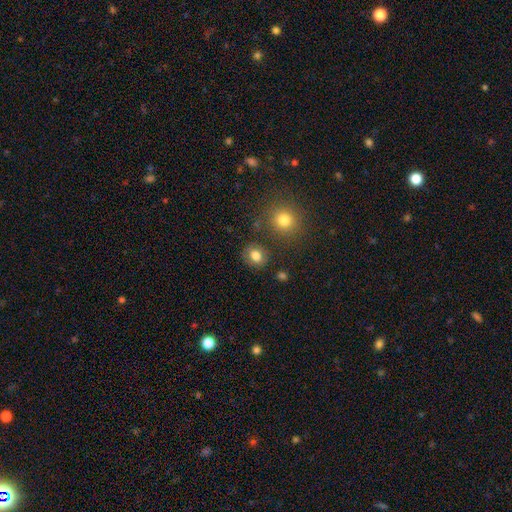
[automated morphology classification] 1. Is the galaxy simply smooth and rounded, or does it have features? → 81% smooth, 11% star or artifact, 8% featured or disk.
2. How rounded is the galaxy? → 71% round, 28% in between, 1% cigar-shaped.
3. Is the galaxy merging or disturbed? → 83% none, 10% minor disturbance, 4% merger, 3% major disturbance.